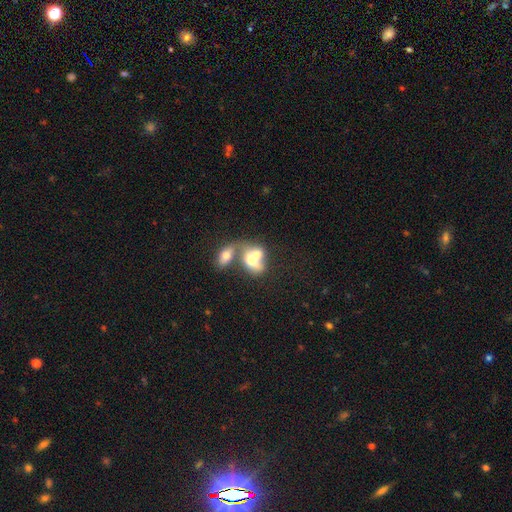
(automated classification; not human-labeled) This is possibly a smooth galaxy (59%). How rounded: likely in between (72%). Merging: likely merger (78%).